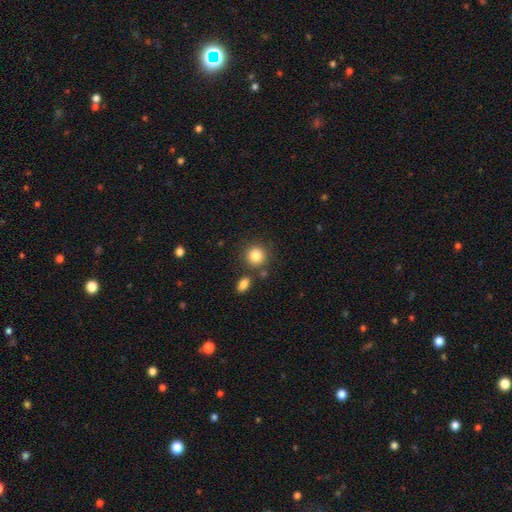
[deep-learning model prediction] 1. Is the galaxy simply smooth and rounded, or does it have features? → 85% smooth, 9% star or artifact, 6% featured or disk.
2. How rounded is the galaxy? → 89% round, 10% in between, 1% cigar-shaped.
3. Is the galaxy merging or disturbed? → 78% none, 10% merger, 9% minor disturbance, 3% major disturbance.